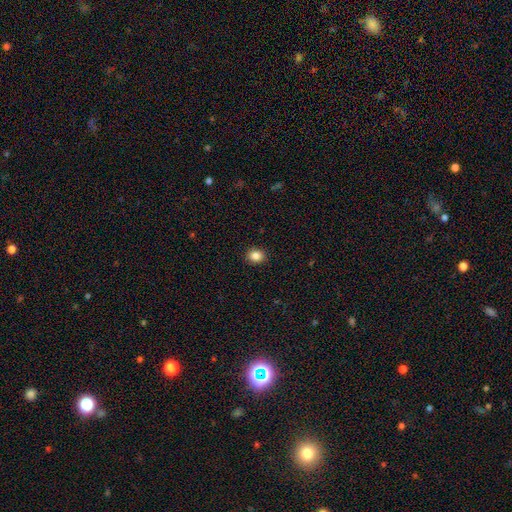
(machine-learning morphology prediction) Smooth or featured?
  - smooth: 86% *
  - star or artifact: 10%
  - featured or disk: 4%
How rounded?
  - round: 69% *
  - in between: 30%
  - cigar-shaped: 1%
Merging?
  - none: 91% *
  - minor disturbance: 6%
  - major disturbance: 2%
  - merger: 1%